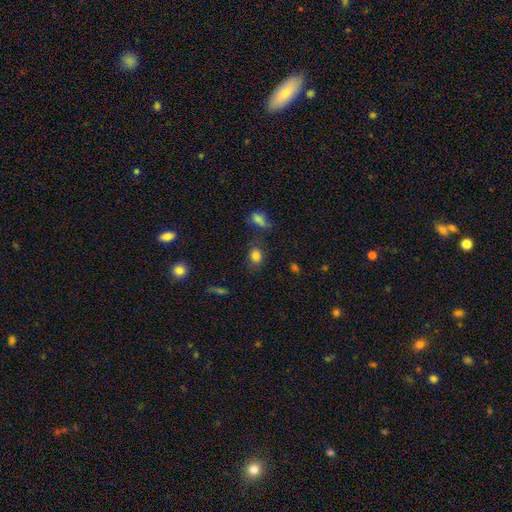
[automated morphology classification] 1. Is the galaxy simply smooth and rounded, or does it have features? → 79% smooth, 13% star or artifact, 7% featured or disk.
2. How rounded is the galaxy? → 50% in between, 49% round, 2% cigar-shaped.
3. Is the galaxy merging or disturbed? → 71% none, 17% minor disturbance, 6% merger, 6% major disturbance.